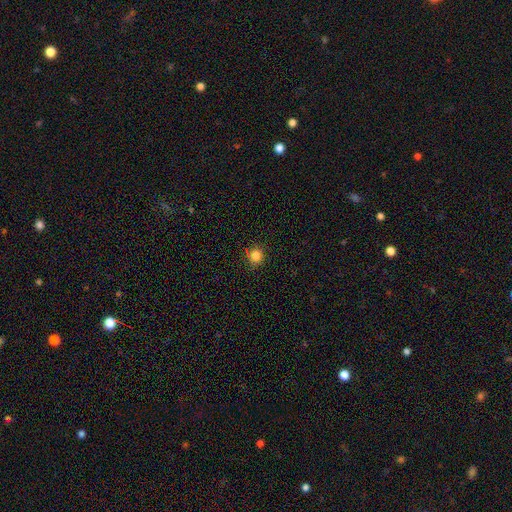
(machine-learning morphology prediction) This is clearly a smooth galaxy (83%). How rounded: clearly round (92%). Merging: clearly none (88%).